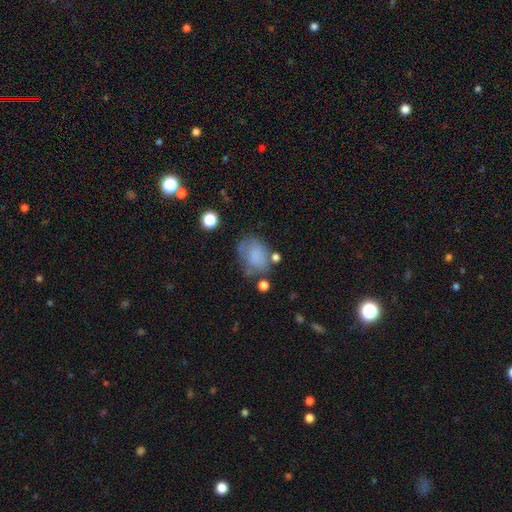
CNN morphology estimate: This appears to be a smooth galaxy with no disk features (70%) that is in between round and cigar-shaped (65%). Merging: none (46%).